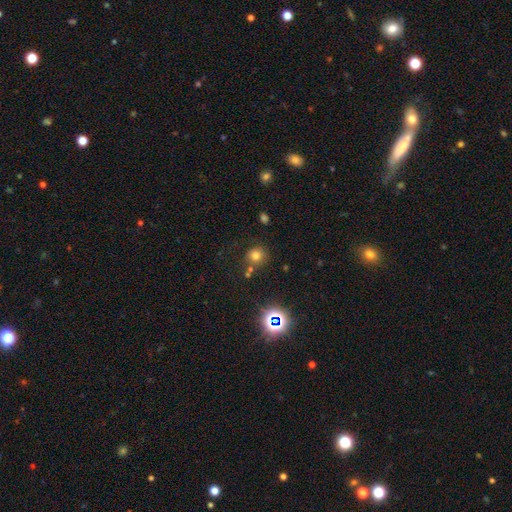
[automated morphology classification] A smooth galaxy with no disk features (70%) that is round (86%). Merging: none (69%).